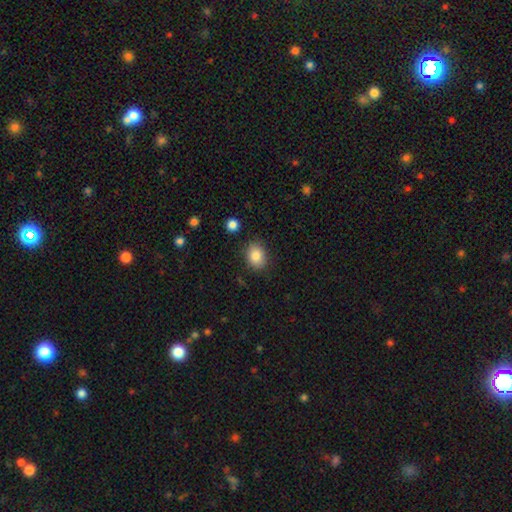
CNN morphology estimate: A smooth galaxy with no disk features (86%) that is in between round and cigar-shaped (59%). Merging: none (83%).